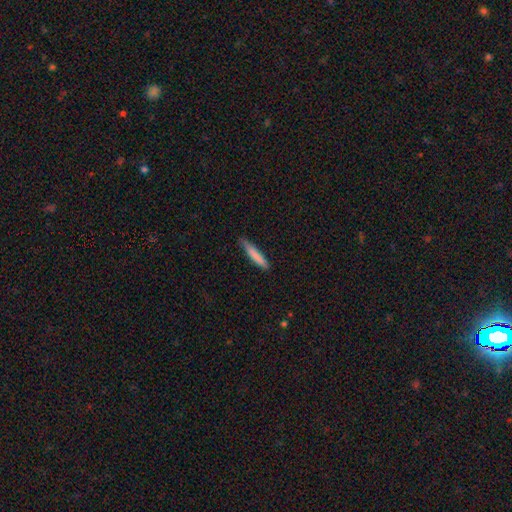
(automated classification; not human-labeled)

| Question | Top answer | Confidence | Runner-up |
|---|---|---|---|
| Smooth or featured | smooth | 80% | featured or disk (14%) |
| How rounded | cigar-shaped | 92% | in between (7%) |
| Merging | none | 74% | minor disturbance (21%) |